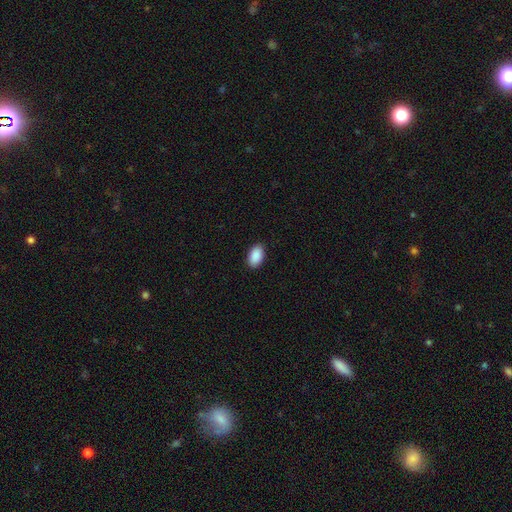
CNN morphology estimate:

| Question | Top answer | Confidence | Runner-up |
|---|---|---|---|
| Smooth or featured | smooth | 91% | star or artifact (6%) |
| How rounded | in between | 94% | round (4%) |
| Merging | none | 90% | minor disturbance (8%) |